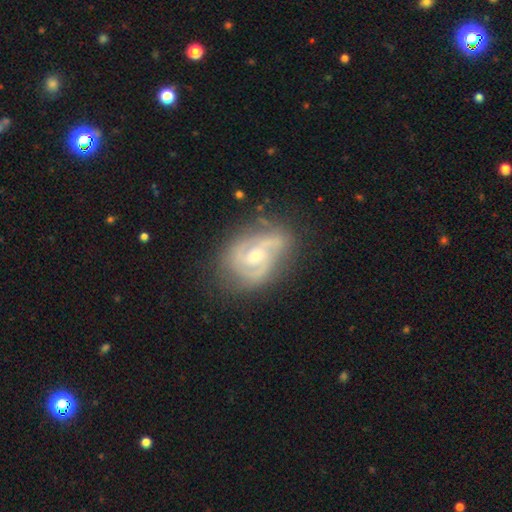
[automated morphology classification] smooth-or-featured: featured or disk: 86% | smooth: 8% | star or artifact: 5%
  disk-edge-on: no: 97% | yes: 3%
    bar: weak: 46% | no: 44% | strong: 10%
    has-spiral-arms: yes: 96% | no: 4%
      spiral-winding: medium: 48% | tight: 39% | loose: 12%
      spiral-arm-count: 2: 67% | 3: 16% | can't tell: 10% | 1: 3% | 4: 2% | more than 4: 2%
    bulge-size: moderate: 47% | small: 45% | none: 4% | large: 3% | dominant: 1%
  merging: none: 66% | minor disturbance: 22% | major disturbance: 10% | merger: 2%